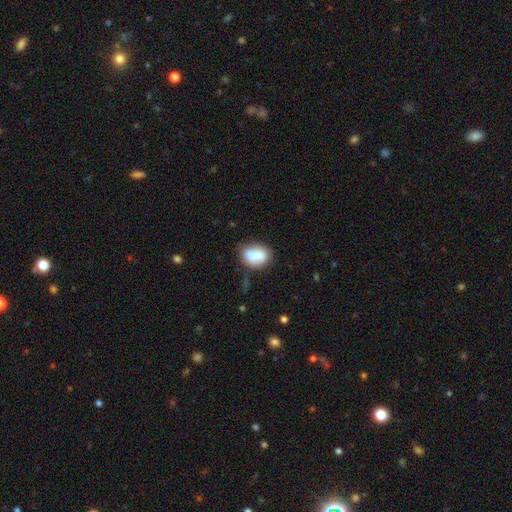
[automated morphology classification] The model was most divided on "merging": none: 47%, minor disturbance: 23%, merger: 22%, major disturbance: 7%. More confident: smooth or featured — smooth (72%); how rounded — in between (70%).